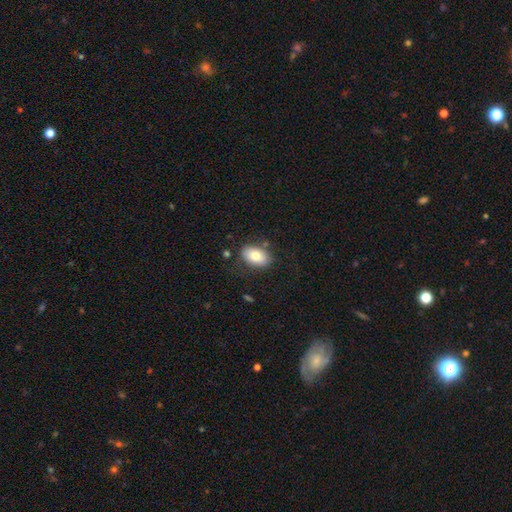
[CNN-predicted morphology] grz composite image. It shows a smooth galaxy with no disk features (77%) that is in between round and cigar-shaped (88%). Merging: none (78%).